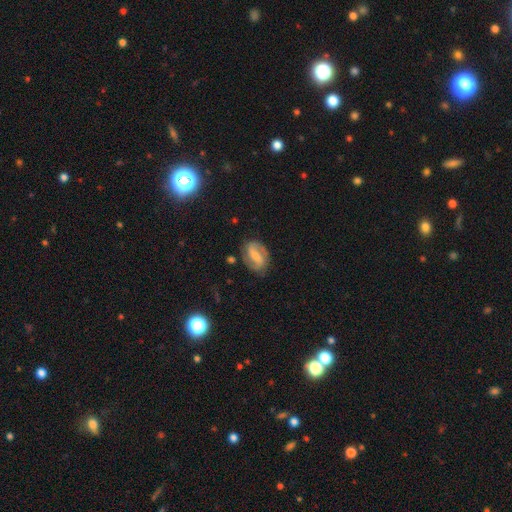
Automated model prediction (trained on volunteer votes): This is likely a featured or disk galaxy (75%). It is clearly not viewed edge-on (97%). Bar: marginally strong (44%). Spiral arm pattern: clearly yes (92%). Spiral arm count: clearly 2 (89%). Spiral winding: possibly medium (47%). Central bulge: marginally small (41%). Merging: likely none (77%).